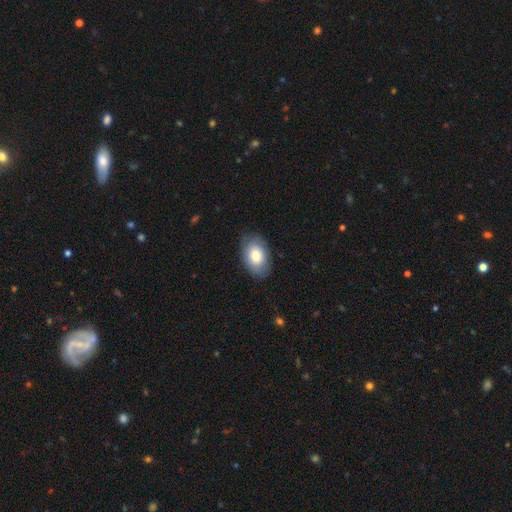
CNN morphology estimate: The model was most divided on "smooth or featured": smooth: 77%, featured or disk: 17%, star or artifact: 7%. More confident: how rounded — in between (88%); merging — none (83%).